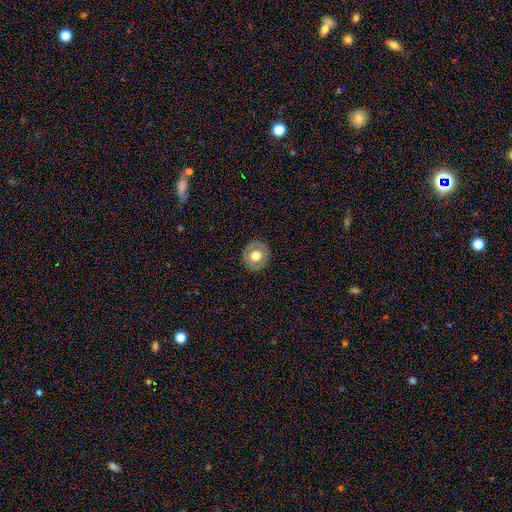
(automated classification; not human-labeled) This is possibly a smooth galaxy (58%). How rounded: clearly round (89%). Merging: clearly none (89%).